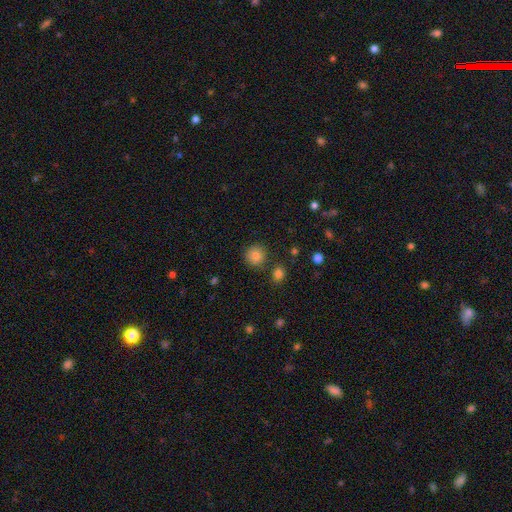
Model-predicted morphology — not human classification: This is clearly a smooth galaxy (84%). How rounded: clearly round (91%). Merging: clearly none (83%).